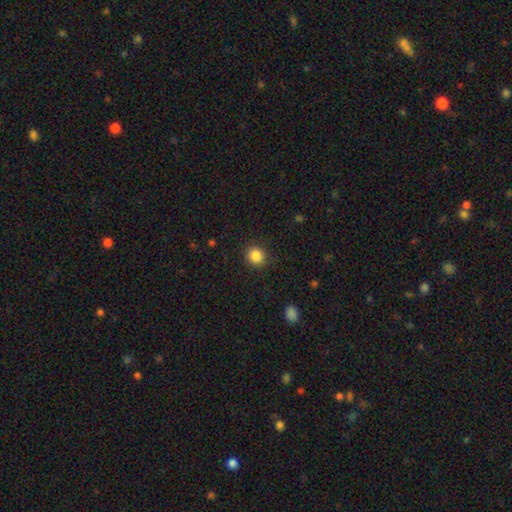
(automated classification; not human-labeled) Smooth or featured? Predicted: smooth (p=0.86). How rounded? Predicted: round (p=0.87). Merging? Predicted: none (p=0.88).